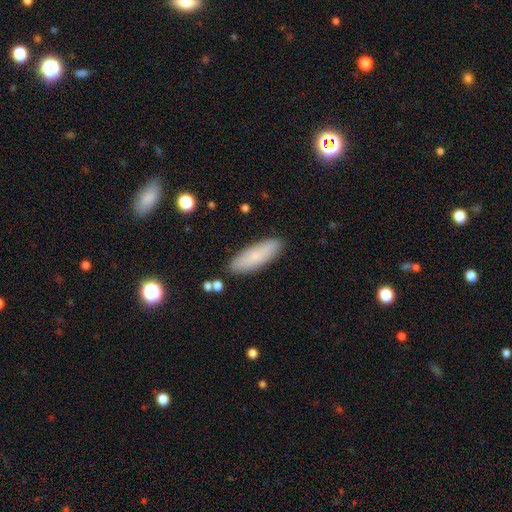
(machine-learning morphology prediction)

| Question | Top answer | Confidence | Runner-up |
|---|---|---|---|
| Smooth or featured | smooth | 77% | featured or disk (16%) |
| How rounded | in between | 50% | cigar-shaped (48%) |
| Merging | none | 86% | minor disturbance (10%) |